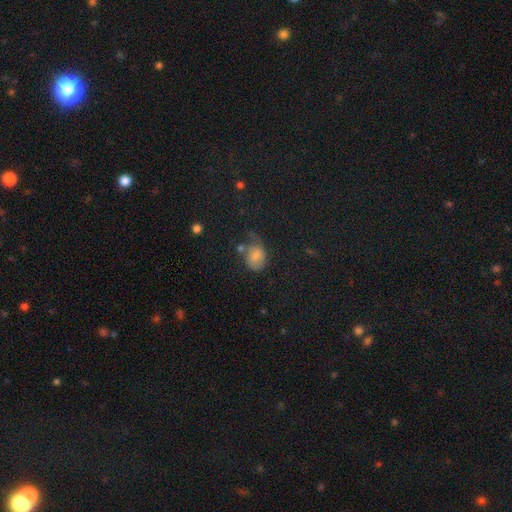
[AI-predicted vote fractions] A smooth galaxy with no disk features (68%) that is in between round and cigar-shaped (55%). Merging: none (42%).